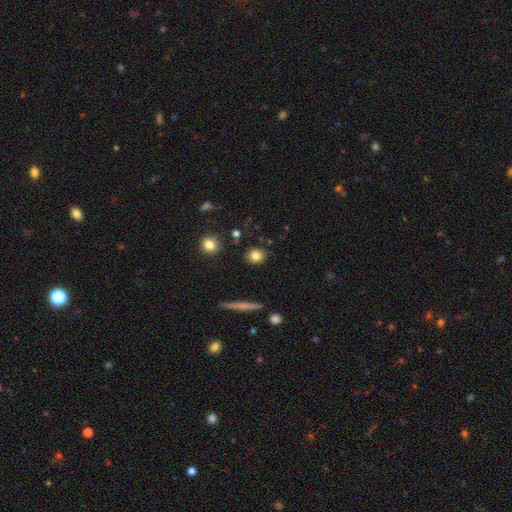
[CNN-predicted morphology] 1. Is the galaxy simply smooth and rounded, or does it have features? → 81% smooth, 10% star or artifact, 9% featured or disk.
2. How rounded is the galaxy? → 81% round, 17% in between, 2% cigar-shaped.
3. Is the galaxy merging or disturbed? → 87% none, 8% minor disturbance, 2% merger, 2% major disturbance.